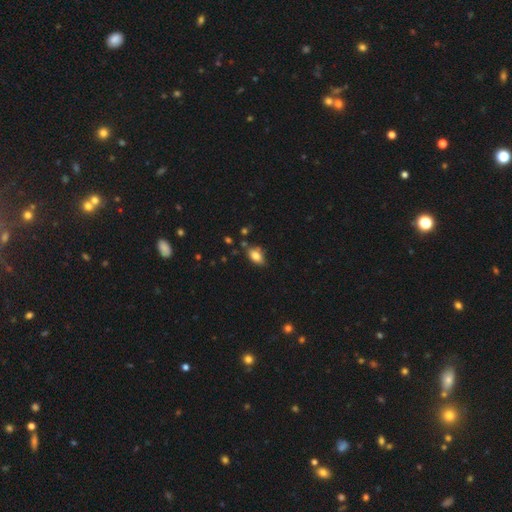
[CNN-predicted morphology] Q: Smooth or featured?
A: smooth (82%); runner-up: star or artifact (9%)
Q: How rounded?
A: in between (87%); runner-up: round (9%)
Q: Merging?
A: none (71%); runner-up: minor disturbance (21%)